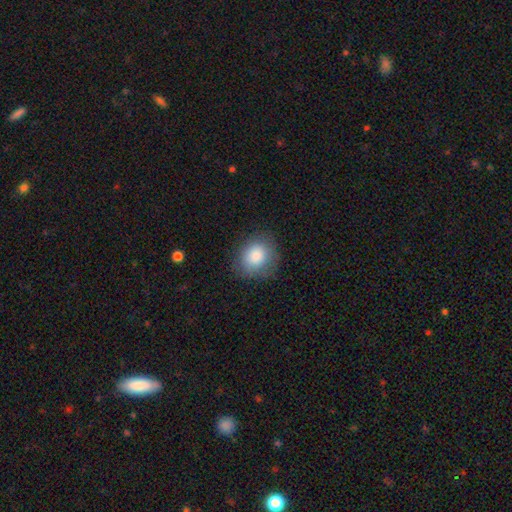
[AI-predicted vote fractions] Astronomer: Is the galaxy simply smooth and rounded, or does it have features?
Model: smooth — 84%.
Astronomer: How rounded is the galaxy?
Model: round — 69%.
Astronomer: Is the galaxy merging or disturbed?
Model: none — 79%.